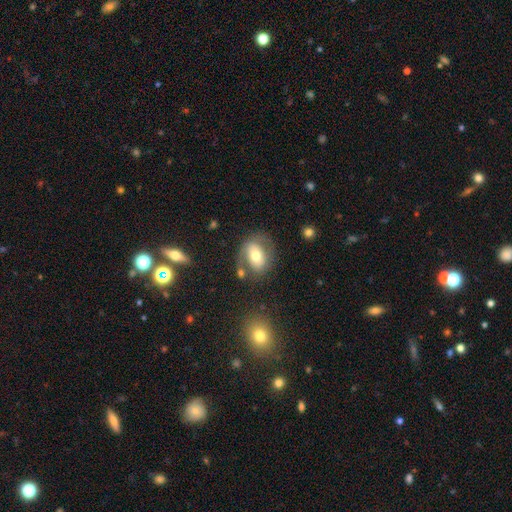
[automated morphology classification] smooth-or-featured: smooth: 49% | featured or disk: 43% | star or artifact: 8%
  merging: none: 60% | minor disturbance: 19% | major disturbance: 13% | merger: 8%